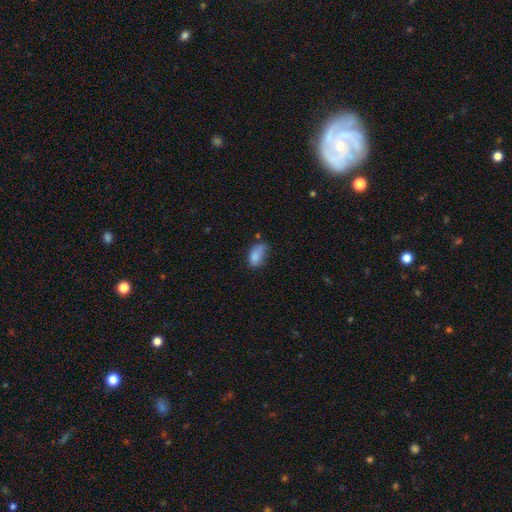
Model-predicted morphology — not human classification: Smooth or featured?
  - smooth: 82% *
  - featured or disk: 9%
  - star or artifact: 9%
How rounded?
  - in between: 90% *
  - round: 6%
  - cigar-shaped: 4%
Merging?
  - none: 43% *
  - minor disturbance: 37%
  - major disturbance: 14%
  - merger: 6%